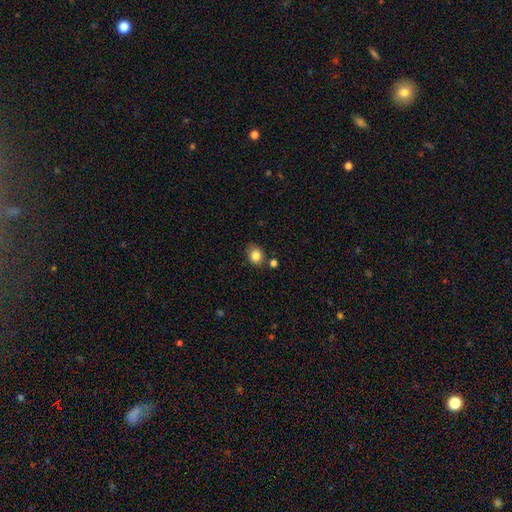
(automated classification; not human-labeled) smooth_or_featured: smooth (p=0.83) [alt: star or artifact p=0.10]
how_rounded: round (p=0.65) [alt: in between p=0.34]
merging: none (p=0.77) [alt: minor disturbance p=0.13]